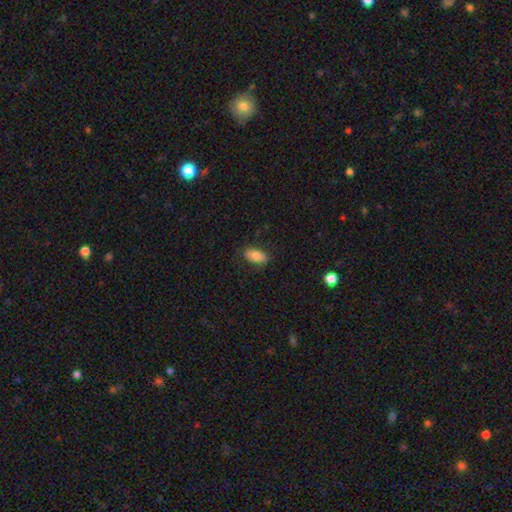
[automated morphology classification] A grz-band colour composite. It shows a smooth galaxy with no disk features (80%) that is in between round and cigar-shaped (90%). Merging: none (83%).